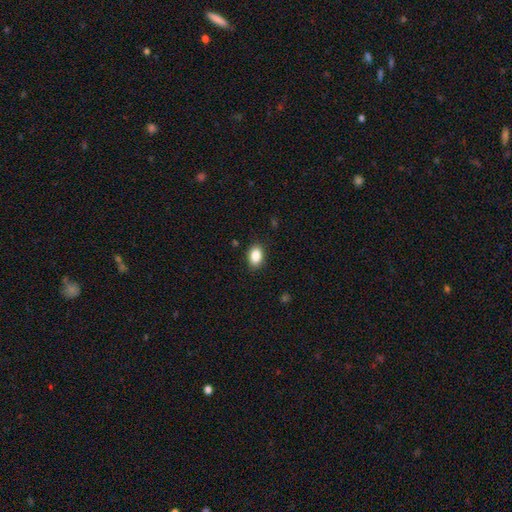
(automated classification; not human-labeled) Smooth or featured: smooth — 87% (star or artifact — 8%)
How rounded: in between — 86% (round — 13%)
Merging: none — 88% (minor disturbance — 9%)